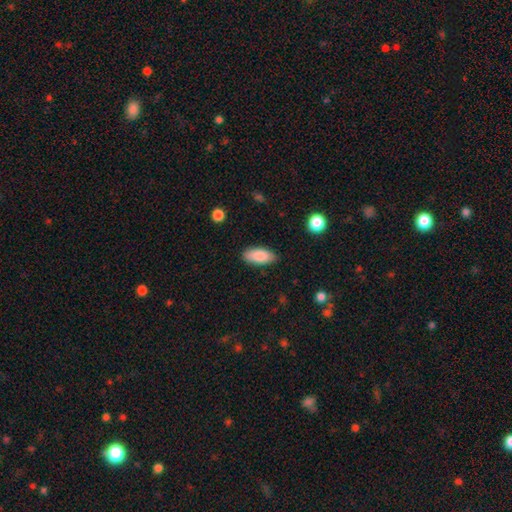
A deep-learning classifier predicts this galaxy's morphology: A smooth galaxy with no disk features (88%) that is in between round and cigar-shaped (88%).

Vote fractions:
- Smooth or featured? smooth: 88% / star or artifact: 6% / featured or disk: 6%
- How rounded? in between: 88% / cigar-shaped: 10% / round: 2%
- Merging? none: 86% / minor disturbance: 11% / major disturbance: 2% / merger: 1%